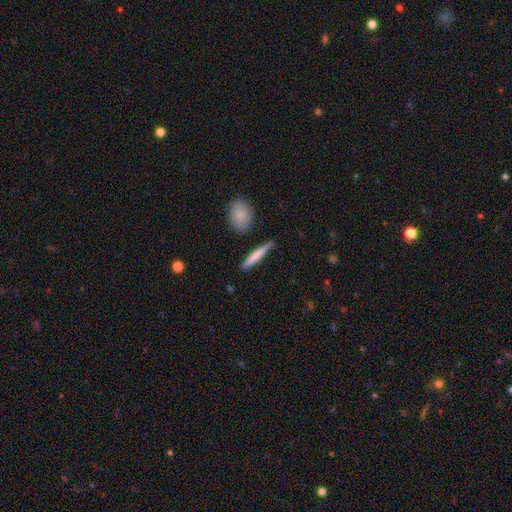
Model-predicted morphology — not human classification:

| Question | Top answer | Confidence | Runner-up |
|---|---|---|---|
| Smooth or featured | smooth | 71% | featured or disk (23%) |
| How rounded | cigar-shaped | 91% | in between (7%) |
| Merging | none | 81% | minor disturbance (13%) |